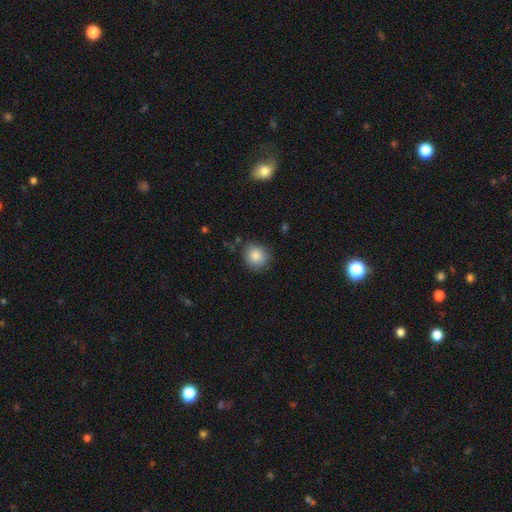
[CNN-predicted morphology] smooth 85%, star or artifact 9%, featured or disk 6%. Down the decision tree: how rounded — round (81%); merging — none (77%).